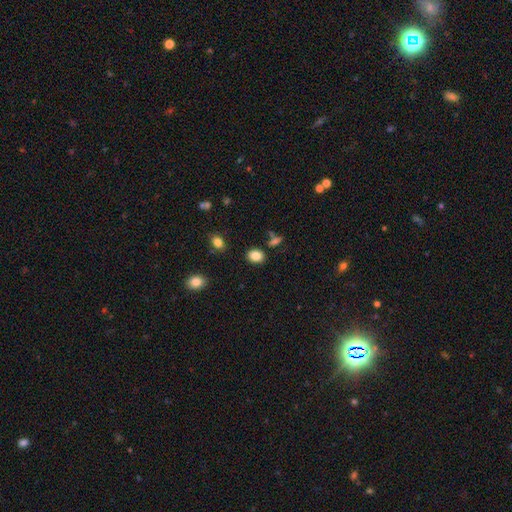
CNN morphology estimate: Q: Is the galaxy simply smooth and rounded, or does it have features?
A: smooth — 85%.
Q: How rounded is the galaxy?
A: in between — 59%.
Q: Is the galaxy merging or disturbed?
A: none — 82%.